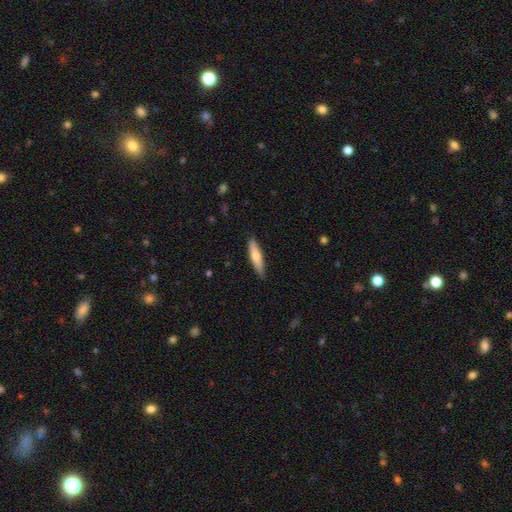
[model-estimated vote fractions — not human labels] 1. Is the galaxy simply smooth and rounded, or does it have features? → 66% smooth, 29% featured or disk, 5% star or artifact.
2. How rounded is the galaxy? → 77% cigar-shaped, 21% in between, 2% round.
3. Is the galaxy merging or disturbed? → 86% none, 11% minor disturbance, 2% major disturbance, 1% merger.